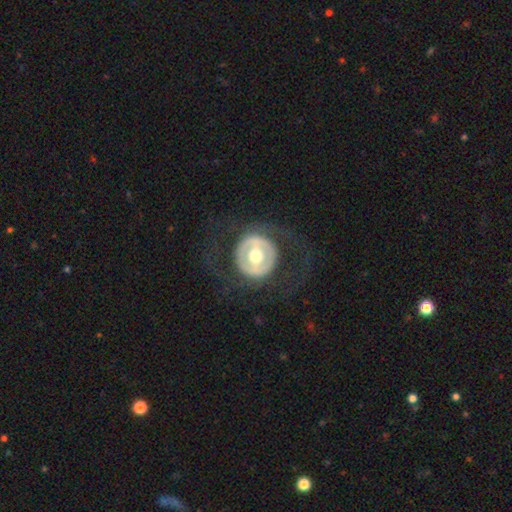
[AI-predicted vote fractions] Smooth or featured? Predicted: featured or disk (p=0.64). Edge-on disk? Predicted: no (p=0.95). Bar? Predicted: no (p=0.42). Spiral arms? Predicted: no (p=0.78). Bulge size? Predicted: moderate (p=0.73). Merging? Predicted: none (p=0.72).